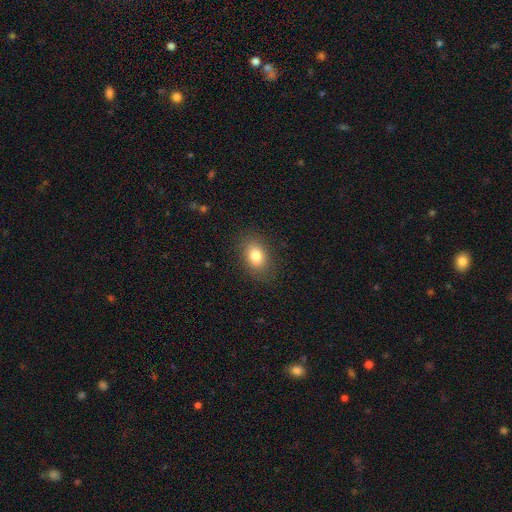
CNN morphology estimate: Smooth or featured?
  - smooth: 80% *
  - featured or disk: 10%
  - star or artifact: 10%
How rounded?
  - in between: 77% *
  - round: 22%
  - cigar-shaped: 1%
Merging?
  - none: 84% *
  - minor disturbance: 11%
  - major disturbance: 4%
  - merger: 1%